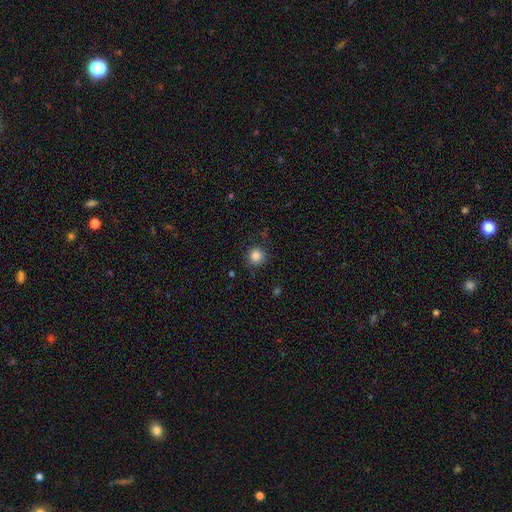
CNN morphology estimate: This appears to be a smooth galaxy with no disk features (85%) that is round (94%). Merging: none (83%).